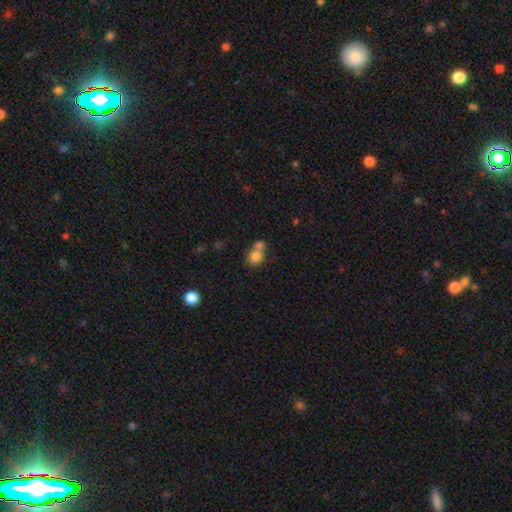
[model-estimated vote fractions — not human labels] This appears to be a smooth galaxy with no disk features (79%) that is round (71%). Merging: merger (55%).